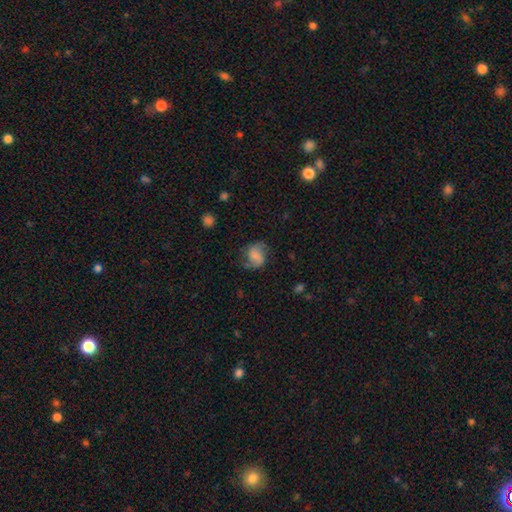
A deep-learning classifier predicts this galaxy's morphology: Smooth or featured? featured or disk (49%)
Merging? none (63%)